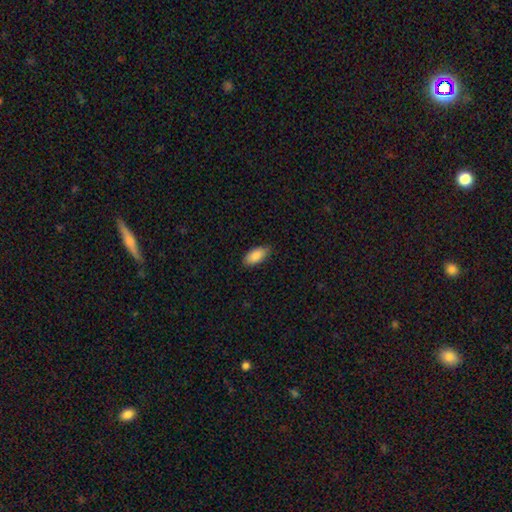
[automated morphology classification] The model was most divided on "merging": none: 83%, minor disturbance: 13%, major disturbance: 2%, merger: 1%. More confident: how rounded — in between (91%); smooth or featured — smooth (87%).